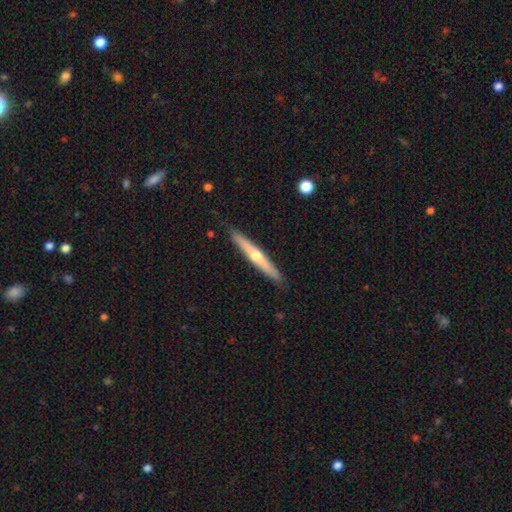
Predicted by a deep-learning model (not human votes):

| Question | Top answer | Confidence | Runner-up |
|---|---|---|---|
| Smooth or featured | featured or disk | 60% | smooth (35%) |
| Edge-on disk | yes | 96% | no (4%) |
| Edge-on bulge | rounded | 83% | none (15%) |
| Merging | none | 90% | minor disturbance (8%) |